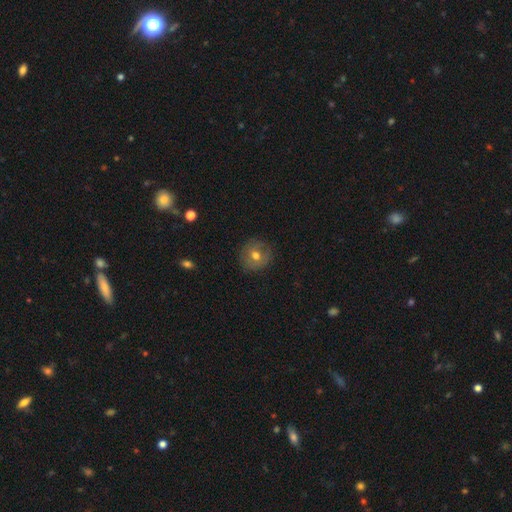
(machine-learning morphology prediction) smooth 63%, featured or disk 27%, star or artifact 10%. Down the decision tree: how rounded — round (91%); merging — none (85%).